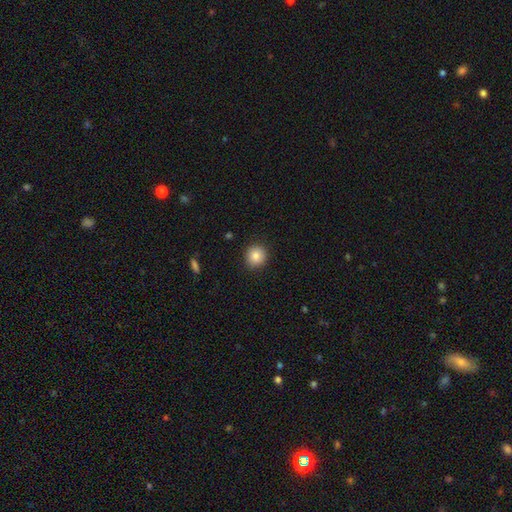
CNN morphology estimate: This is clearly a smooth galaxy (84%). How rounded: clearly round (91%). Merging: clearly none (91%).